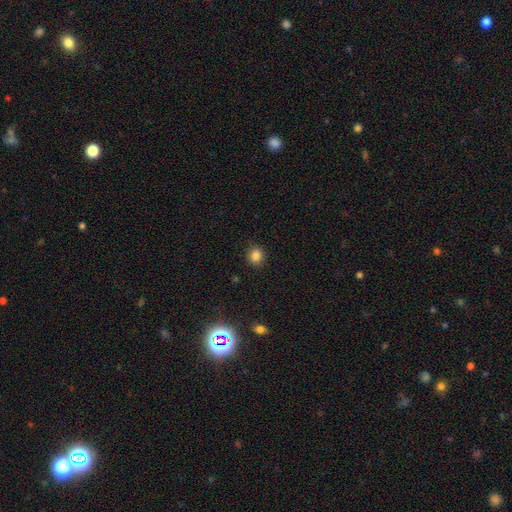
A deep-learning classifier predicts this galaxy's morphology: Smooth or featured: smooth — 84% (star or artifact — 12%)
How rounded: round — 83% (in between — 16%)
Merging: none — 90% (minor disturbance — 7%)